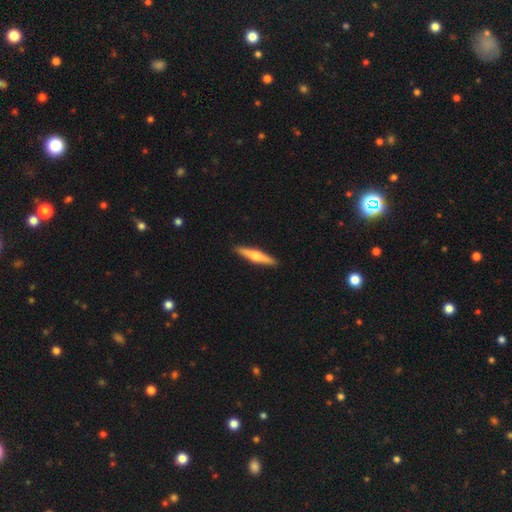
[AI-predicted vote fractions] Smooth or featured? Predicted: featured or disk (p=0.62). Edge-on disk? Predicted: yes (p=0.97). Edge-on bulge? Predicted: rounded (p=0.91). Merging? Predicted: none (p=0.92).